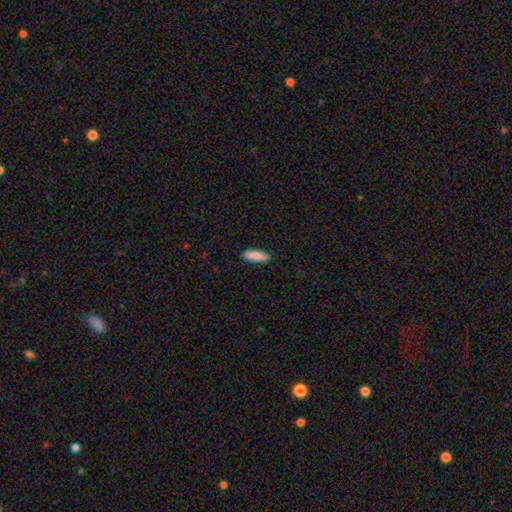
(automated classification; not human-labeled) Smooth or featured: smooth — 86% (featured or disk — 8%)
How rounded: cigar-shaped — 61% (in between — 37%)
Merging: none — 89% (minor disturbance — 8%)